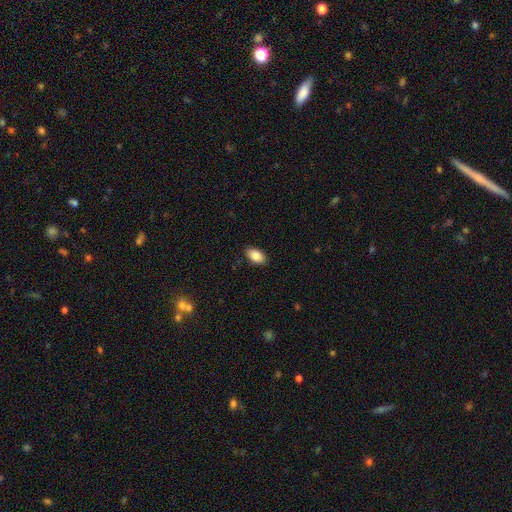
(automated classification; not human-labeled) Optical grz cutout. It shows a smooth galaxy with no disk features (85%) that is in between round and cigar-shaped (93%). Merging: none (88%).